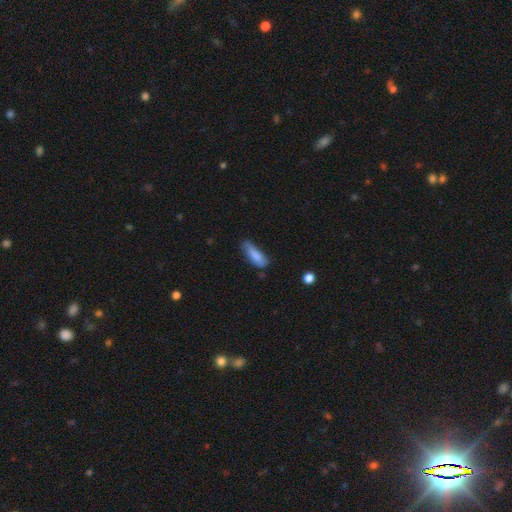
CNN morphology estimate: A smooth galaxy with no disk features (79%) that is in between round and cigar-shaped (52%).

Vote fractions:
- Smooth or featured? smooth: 79% / featured or disk: 14% / star or artifact: 7%
- How rounded? in between: 52% / cigar-shaped: 46% / round: 2%
- Merging? none: 51% / minor disturbance: 35% / major disturbance: 10% / merger: 4%